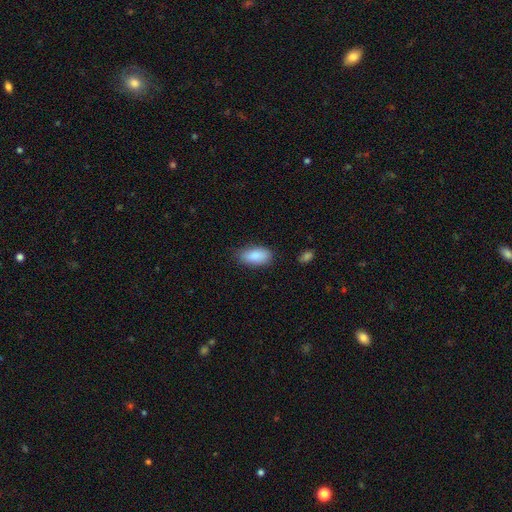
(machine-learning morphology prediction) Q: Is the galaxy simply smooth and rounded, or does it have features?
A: smooth — 89%.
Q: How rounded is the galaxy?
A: in between — 91%.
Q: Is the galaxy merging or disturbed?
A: none — 81%.